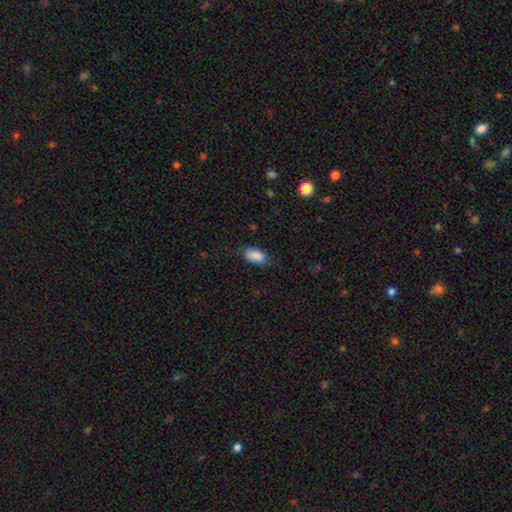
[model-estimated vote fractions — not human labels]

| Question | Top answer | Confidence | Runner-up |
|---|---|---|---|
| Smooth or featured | smooth | 88% | star or artifact (7%) |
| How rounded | in between | 92% | round (4%) |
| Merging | none | 74% | minor disturbance (20%) |